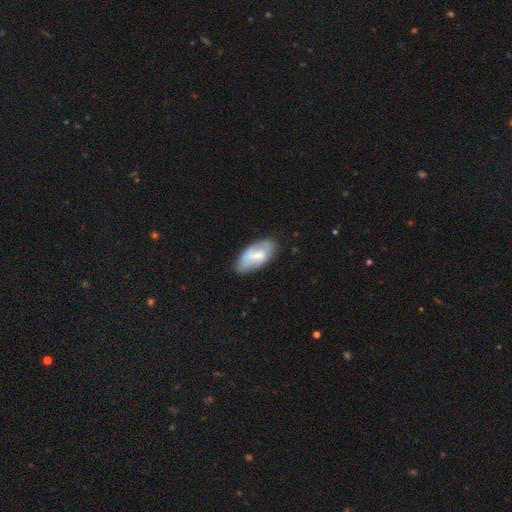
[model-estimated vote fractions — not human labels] Q: Smooth or featured?
A: smooth (58%); runner-up: featured or disk (36%)
Q: How rounded?
A: in between (93%); runner-up: cigar-shaped (5%)
Q: Merging?
A: none (62%); runner-up: minor disturbance (28%)